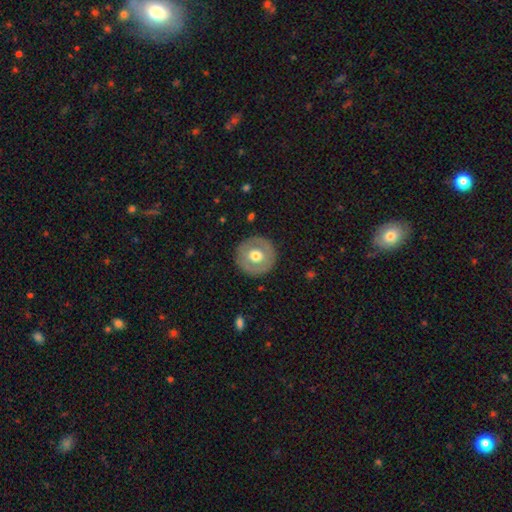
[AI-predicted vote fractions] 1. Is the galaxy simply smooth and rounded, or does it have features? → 53% smooth, 41% featured or disk, 6% star or artifact.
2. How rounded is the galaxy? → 95% round, 4% in between, 1% cigar-shaped.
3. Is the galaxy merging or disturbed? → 88% none, 8% minor disturbance, 3% major disturbance, 1% merger.